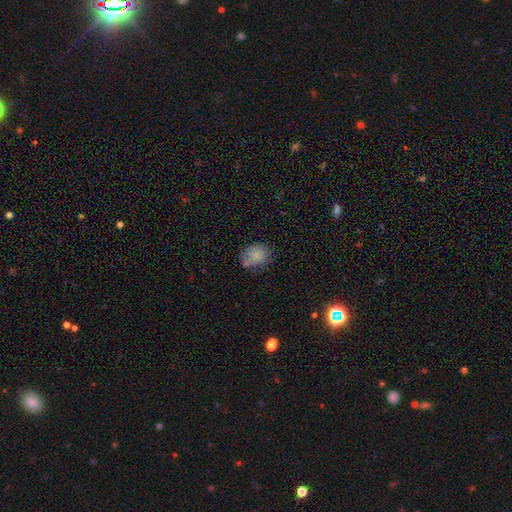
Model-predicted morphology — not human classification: A smooth galaxy with no disk features (80%) that is round (54%). Merging: none (63%).